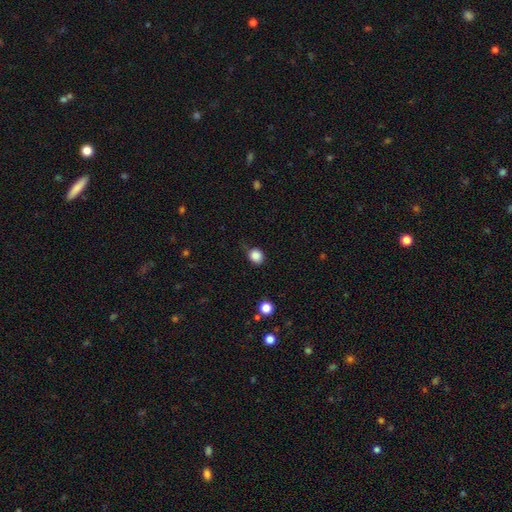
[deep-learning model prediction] Smooth or featured? smooth (86%)
How rounded? round (74%)
Merging? none (74%)